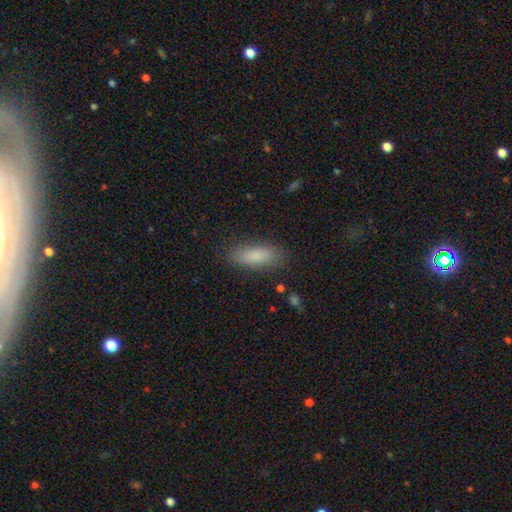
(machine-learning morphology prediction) The model was most divided on "how rounded": in between: 67%, cigar-shaped: 31%, round: 2%. More confident: smooth or featured — smooth (86%); merging — none (85%).